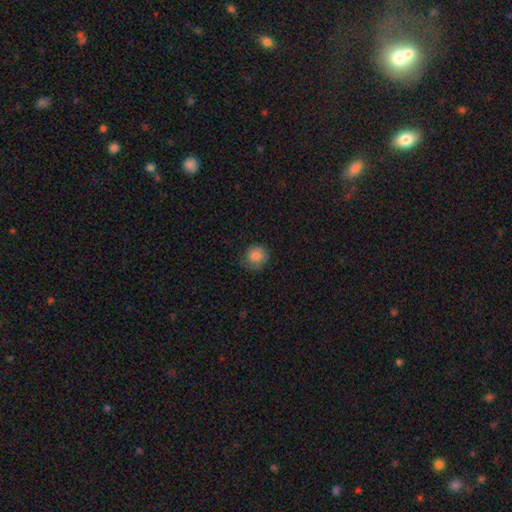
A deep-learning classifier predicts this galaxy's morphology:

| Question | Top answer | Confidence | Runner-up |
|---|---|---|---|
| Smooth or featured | smooth | 85% | star or artifact (9%) |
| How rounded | round | 85% | in between (14%) |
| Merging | none | 74% | minor disturbance (20%) |